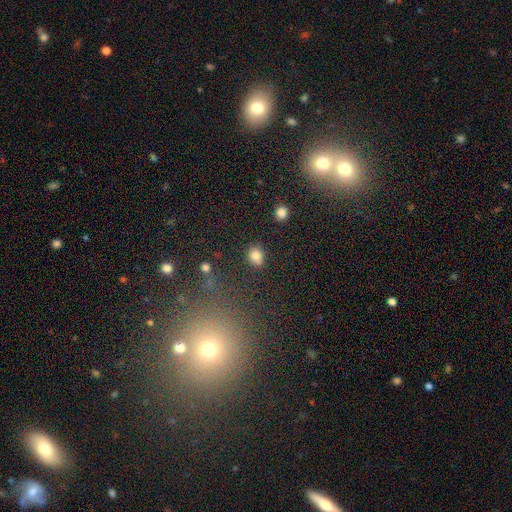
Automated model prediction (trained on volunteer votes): smooth-or-featured: smooth: 83% | star or artifact: 11% | featured or disk: 6%
  how-rounded: round: 52% | in between: 46% | cigar-shaped: 1%
  merging: none: 80% | minor disturbance: 13% | merger: 3% | major disturbance: 3%